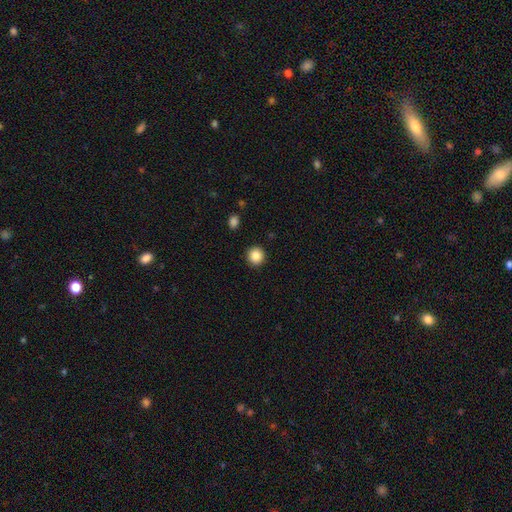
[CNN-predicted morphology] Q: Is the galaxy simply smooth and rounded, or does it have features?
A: smooth — 87%.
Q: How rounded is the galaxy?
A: round — 94%.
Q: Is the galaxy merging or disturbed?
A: none — 92%.